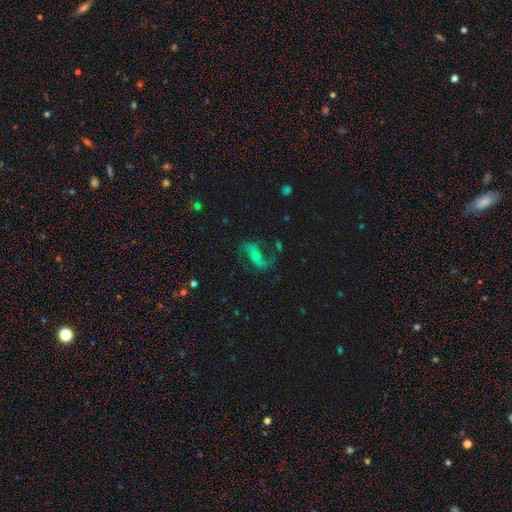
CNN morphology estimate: This appears to be a featured or disk galaxy (82%) with no bar (37%), 2 (92%) loose (70%) spiral arms (94%) and a moderate central bulge (50%). Merging: none (70%).